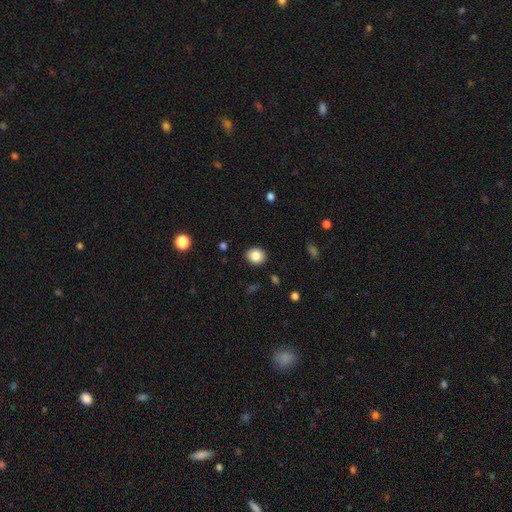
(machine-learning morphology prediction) Q: Smooth or featured?
A: smooth (85%); runner-up: star or artifact (9%)
Q: How rounded?
A: round (66%); runner-up: in between (34%)
Q: Merging?
A: none (89%); runner-up: minor disturbance (8%)